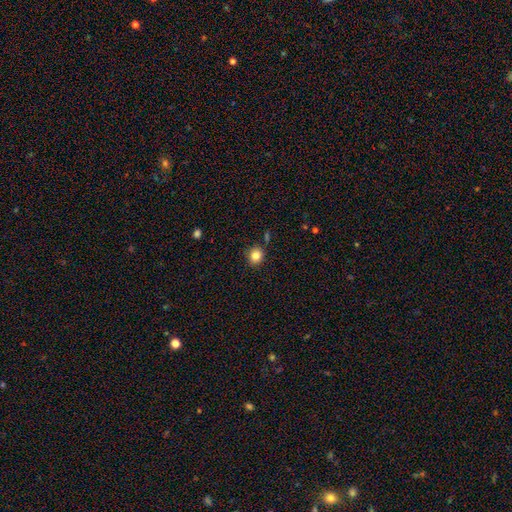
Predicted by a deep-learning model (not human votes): Overall: smooth (83%). How rounded: round (82%). Merging: none (86%).